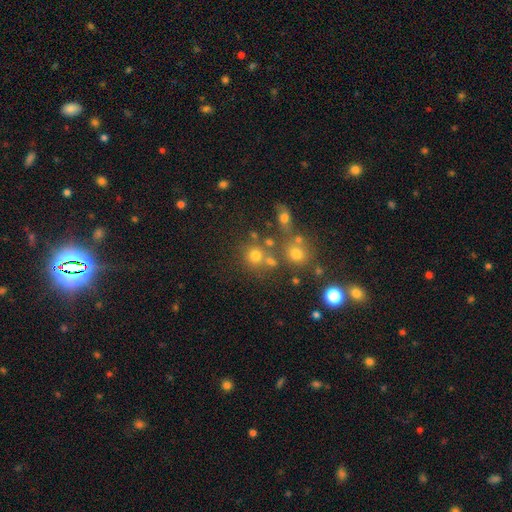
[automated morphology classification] smooth 67%, star or artifact 22%, featured or disk 11%. Down the decision tree: how rounded — round (87%); merging — none (63%).